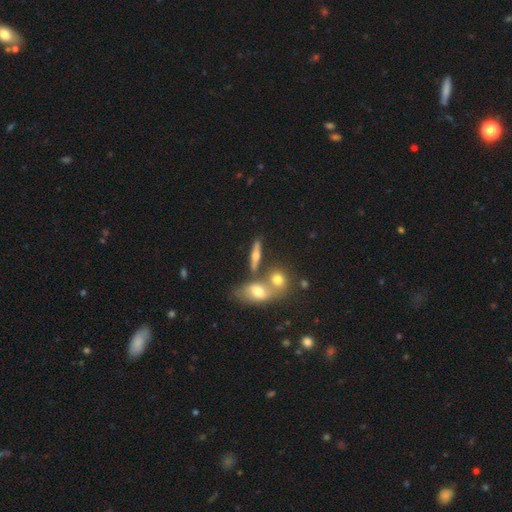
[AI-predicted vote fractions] Smooth or featured?
  - featured or disk: 46% *
  - smooth: 44%
  - star or artifact: 10%
Merging?
  - none: 60% *
  - merger: 24%
  - minor disturbance: 11%
  - major disturbance: 5%